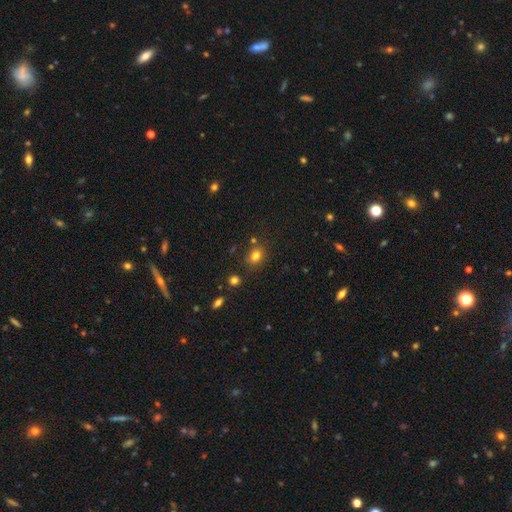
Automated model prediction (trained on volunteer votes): The model was most divided on "how rounded": round: 56%, in between: 43%, cigar-shaped: 1%. More confident: smooth or featured — smooth (79%); merging — none (75%).